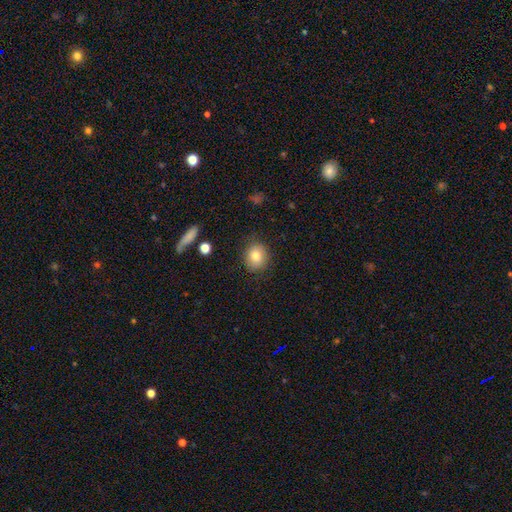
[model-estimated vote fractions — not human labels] smooth-or-featured: smooth: 81% | star or artifact: 10% | featured or disk: 9%
  how-rounded: round: 72% | in between: 27% | cigar-shaped: 1%
  merging: none: 83% | minor disturbance: 12% | major disturbance: 3% | merger: 2%